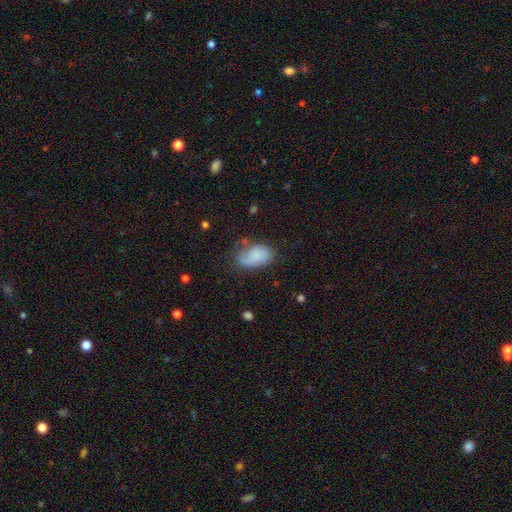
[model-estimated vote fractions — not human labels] Smooth or featured? Predicted: smooth (p=0.68). How rounded? Predicted: in between (p=0.90). Merging? Predicted: none (p=0.47).